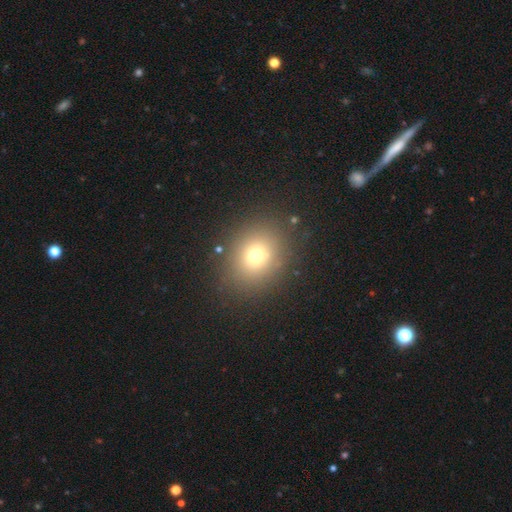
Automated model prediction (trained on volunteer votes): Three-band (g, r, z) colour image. It shows a smooth galaxy with no disk features (70%) that is round (63%). Merging: none (85%).